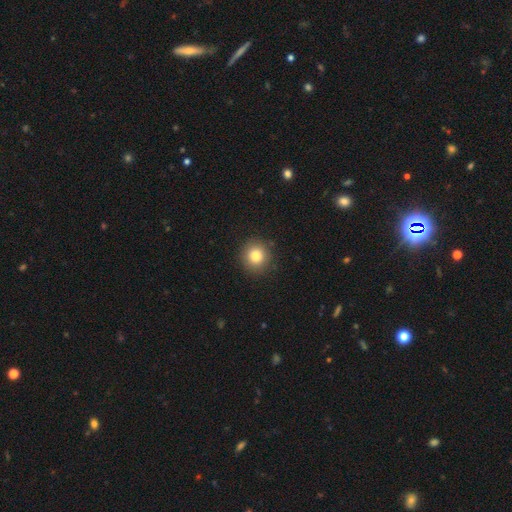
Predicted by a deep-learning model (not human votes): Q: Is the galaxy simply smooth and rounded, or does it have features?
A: smooth — 82%.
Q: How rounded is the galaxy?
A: round — 92%.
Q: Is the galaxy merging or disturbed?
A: none — 90%.